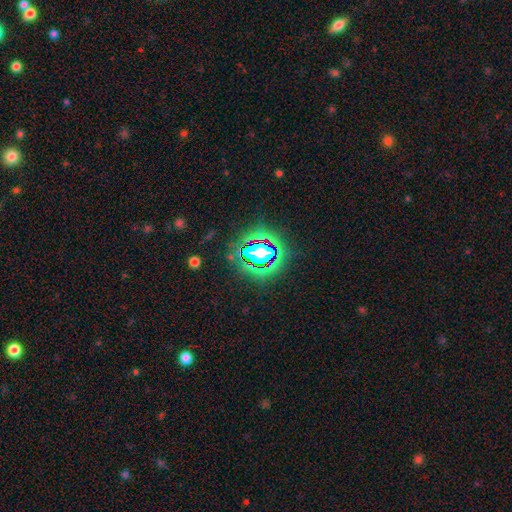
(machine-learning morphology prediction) Smooth or featured: star or artifact — 78% (smooth — 13%)